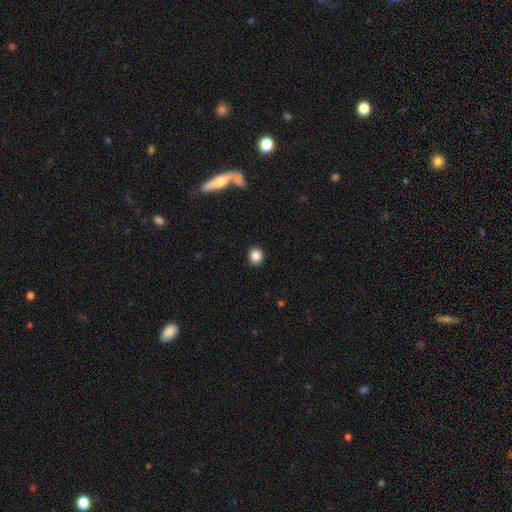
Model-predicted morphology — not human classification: Smooth or featured?
  - smooth: 87% *
  - star or artifact: 10%
  - featured or disk: 3%
How rounded?
  - round: 80% *
  - in between: 19%
  - cigar-shaped: 1%
Merging?
  - none: 91% *
  - minor disturbance: 6%
  - major disturbance: 2%
  - merger: 1%